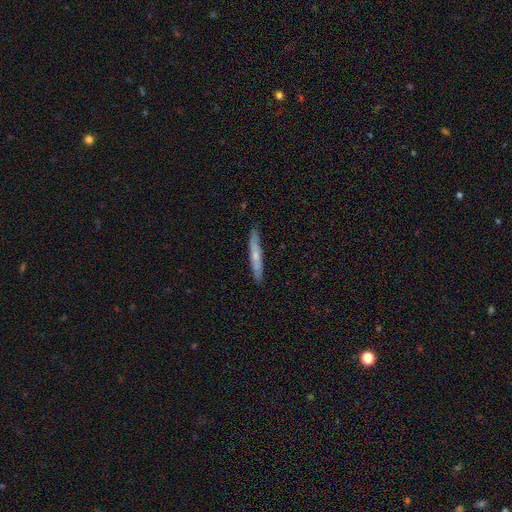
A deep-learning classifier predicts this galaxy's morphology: smooth 53%, featured or disk 41%, star or artifact 6%. Down the decision tree: how rounded — cigar-shaped (94%); merging — none (85%).